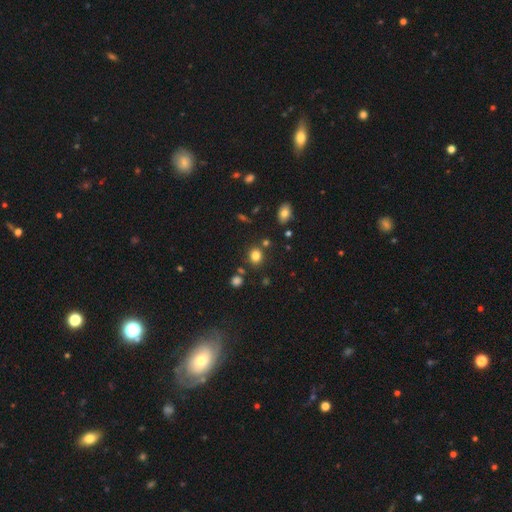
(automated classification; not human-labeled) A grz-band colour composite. It shows a smooth galaxy with no disk features (82%) that is round (69%). Merging: none (80%).